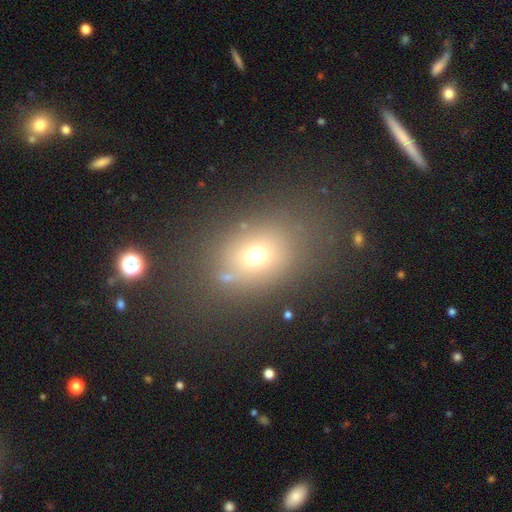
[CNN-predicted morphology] Q: Smooth or featured?
A: smooth (64%); runner-up: star or artifact (22%)
Q: How rounded?
A: in between (59%); runner-up: round (39%)
Q: Merging?
A: none (72%); runner-up: minor disturbance (13%)